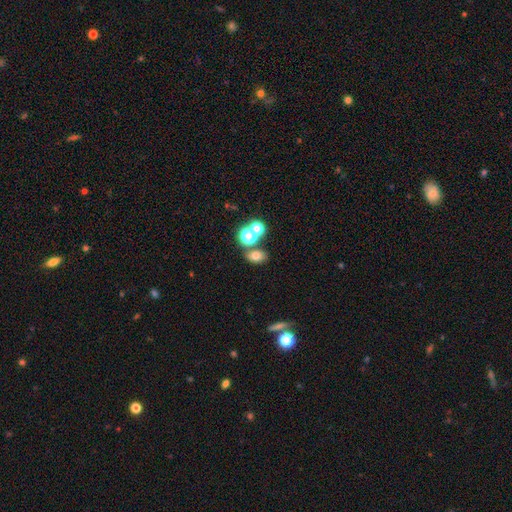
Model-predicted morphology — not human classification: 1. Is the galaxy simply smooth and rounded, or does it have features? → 71% smooth, 19% star or artifact, 11% featured or disk.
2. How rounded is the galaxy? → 67% in between, 32% round, 2% cigar-shaped.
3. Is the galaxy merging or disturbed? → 61% none, 24% merger, 11% minor disturbance, 5% major disturbance.